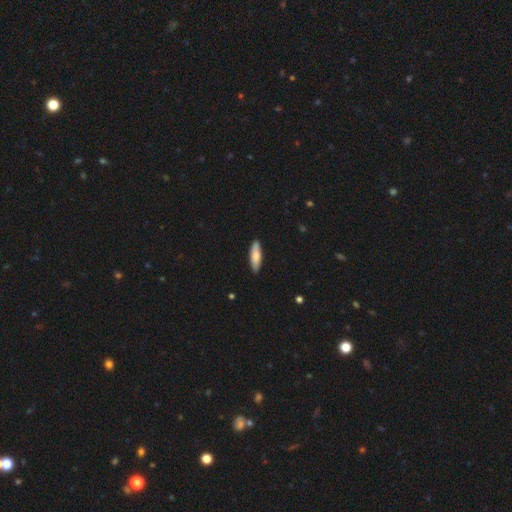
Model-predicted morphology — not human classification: smooth 77%, featured or disk 18%, star or artifact 5%. Down the decision tree: how rounded — cigar-shaped (59%); merging — none (87%).